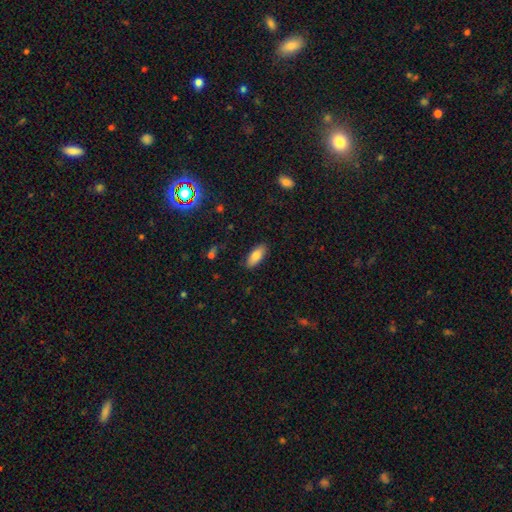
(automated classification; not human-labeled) This appears to be a smooth galaxy with no disk features (83%) that is in between round and cigar-shaped (81%). Merging: none (87%).